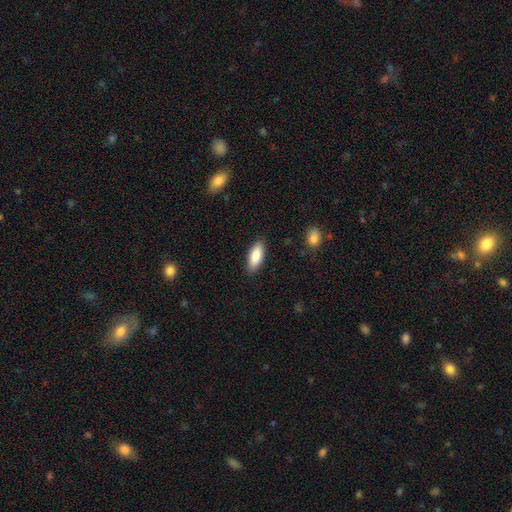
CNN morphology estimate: This is clearly a smooth galaxy (86%). How rounded: likely in between (78%). Merging: clearly none (88%).